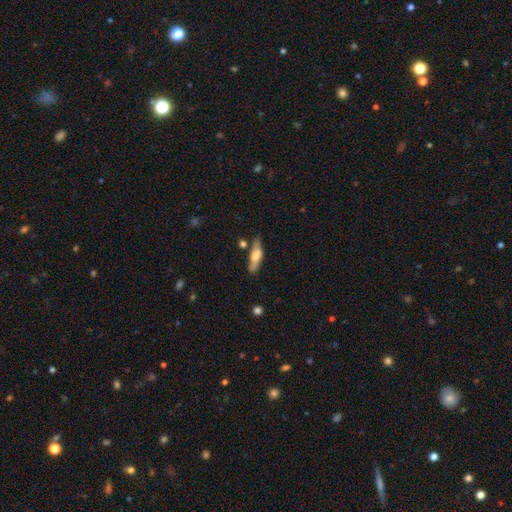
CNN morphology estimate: Smooth or featured? Predicted: smooth (p=0.51). How rounded? Predicted: cigar-shaped (p=0.58). Merging? Predicted: none (p=0.67).